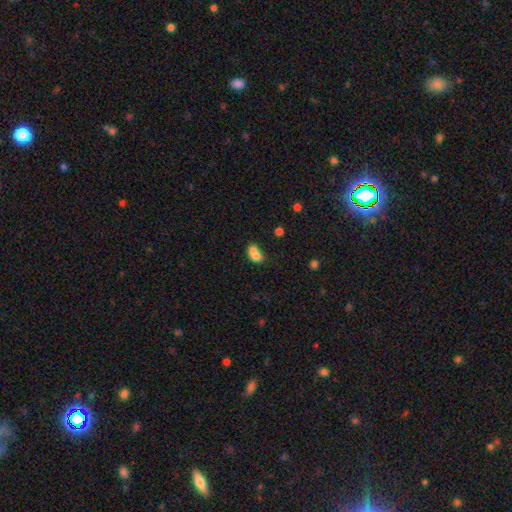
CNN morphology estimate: This appears to be a smooth galaxy with no disk features (71%) that is in between round and cigar-shaped (52%). Merging: merger (67%).